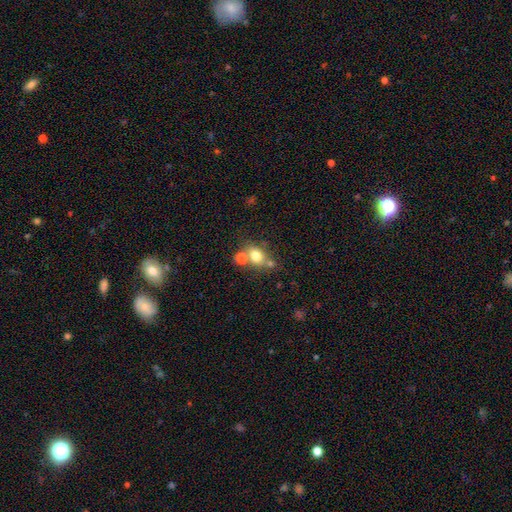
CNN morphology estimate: Q: Smooth or featured?
A: smooth (74%); runner-up: featured or disk (13%)
Q: How rounded?
A: round (52%); runner-up: in between (47%)
Q: Merging?
A: none (53%); runner-up: merger (31%)